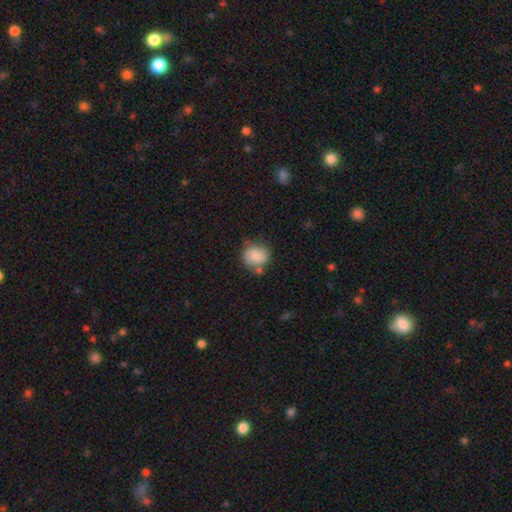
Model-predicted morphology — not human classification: Smooth or featured? smooth (79%)
How rounded? round (71%)
Merging? none (60%)